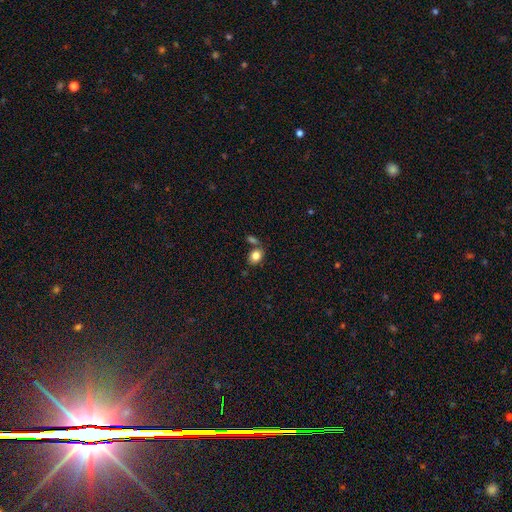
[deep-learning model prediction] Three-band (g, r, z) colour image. It shows a smooth galaxy with no disk features (83%) that is in between round and cigar-shaped (61%). Merging: none (66%).